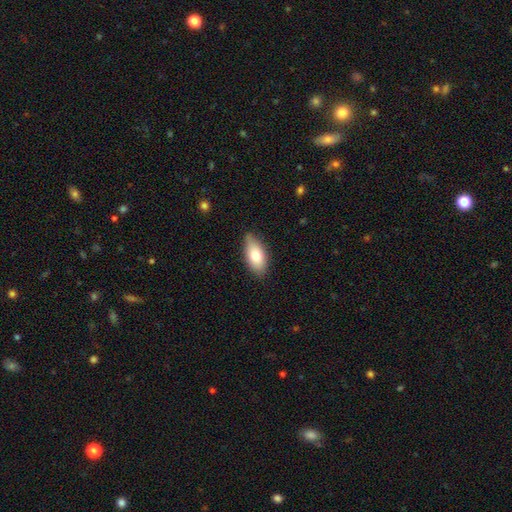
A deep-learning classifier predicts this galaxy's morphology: Smooth or featured: smooth — 75% (featured or disk — 18%)
How rounded: in between — 88% (cigar-shaped — 8%)
Merging: none — 78% (minor disturbance — 18%)